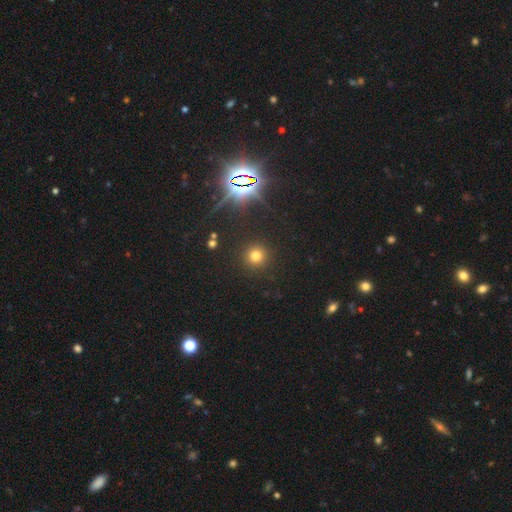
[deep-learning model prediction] smooth_or_featured: smooth (p=0.72) [alt: star or artifact p=0.22]
how_rounded: round (p=0.94) [alt: in between p=0.05]
merging: none (p=0.91) [alt: minor disturbance p=0.05]